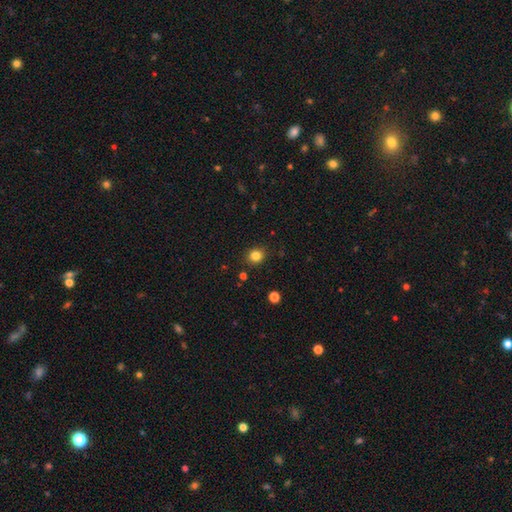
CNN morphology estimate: A smooth galaxy with no disk features (82%) that is round (78%). Merging: none (89%).